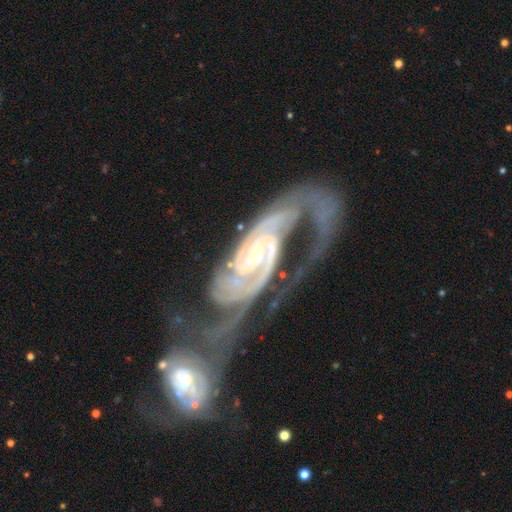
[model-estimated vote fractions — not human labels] Smooth or featured: featured or disk — 92% (star or artifact — 4%)
Edge-on disk: no — 96% (yes — 4%)
Bar: weak — 38% (no — 37%)
Spiral arms: yes — 98% (no — 2%)
Spiral winding: tight — 54% (medium — 36%)
Spiral arm count: 2 — 63% (can't tell — 12%)
Bulge size: small — 66% (moderate — 29%)
Merging: merger — 49% (major disturbance — 22%)